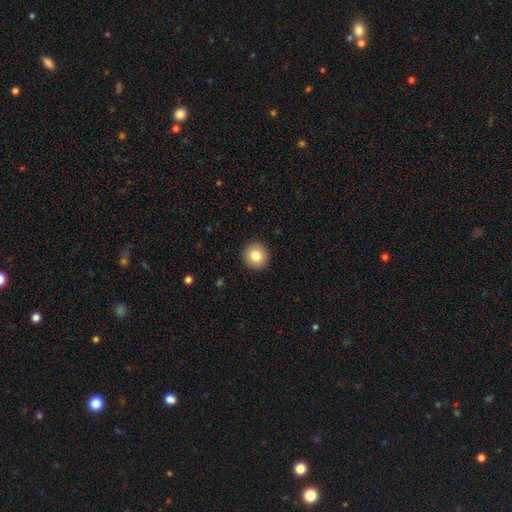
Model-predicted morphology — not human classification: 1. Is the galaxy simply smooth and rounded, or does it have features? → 83% smooth, 9% star or artifact, 8% featured or disk.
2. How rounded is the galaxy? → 94% round, 5% in between, 1% cigar-shaped.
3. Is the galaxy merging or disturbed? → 93% none, 5% minor disturbance, 2% major disturbance, 1% merger.